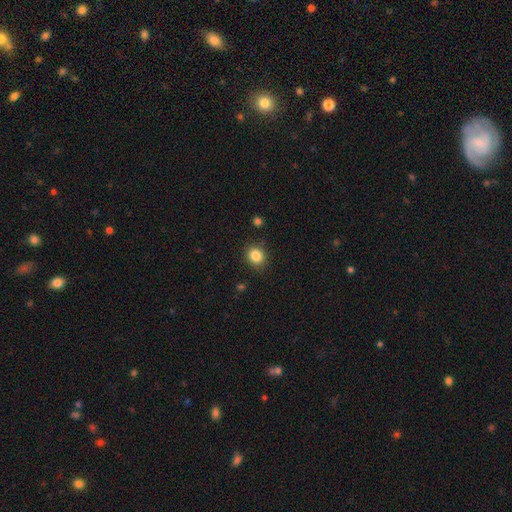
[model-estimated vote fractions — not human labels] Smooth or featured?
  - smooth: 85% *
  - star or artifact: 10%
  - featured or disk: 5%
How rounded?
  - round: 76% *
  - in between: 23%
  - cigar-shaped: 1%
Merging?
  - none: 86% *
  - minor disturbance: 9%
  - major disturbance: 3%
  - merger: 2%